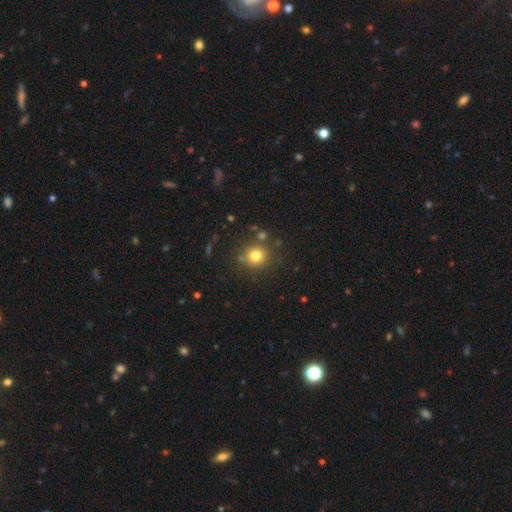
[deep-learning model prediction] smooth-or-featured: smooth: 78% | star or artifact: 14% | featured or disk: 8%
  how-rounded: round: 90% | in between: 9% | cigar-shaped: 1%
  merging: none: 81% | minor disturbance: 9% | merger: 6% | major disturbance: 4%